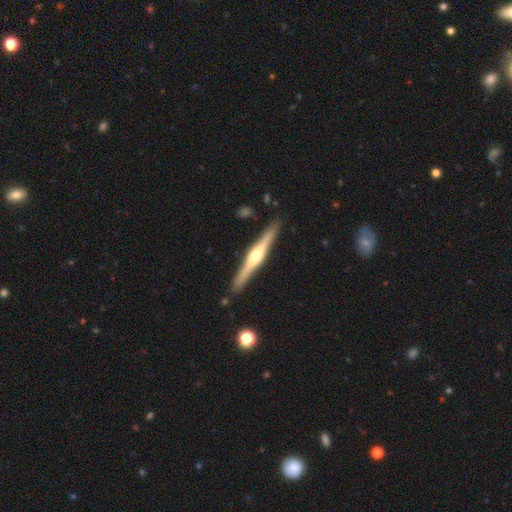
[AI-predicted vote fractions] featured or disk 75%, smooth 20%, star or artifact 5%. Down the decision tree: edge-on disk — yes (98%); edge-on bulge — rounded (93%); merging — none (90%).